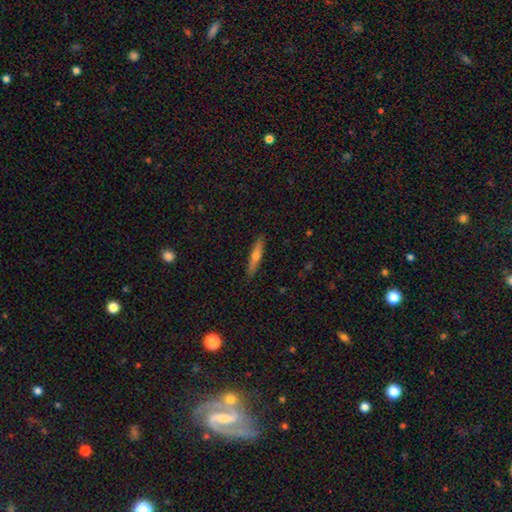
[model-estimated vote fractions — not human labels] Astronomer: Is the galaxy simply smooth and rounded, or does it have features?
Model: featured or disk — 51% (runner-up: smooth, 42%).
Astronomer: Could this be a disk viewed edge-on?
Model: yes — 94%.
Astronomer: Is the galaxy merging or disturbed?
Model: none — 90%.